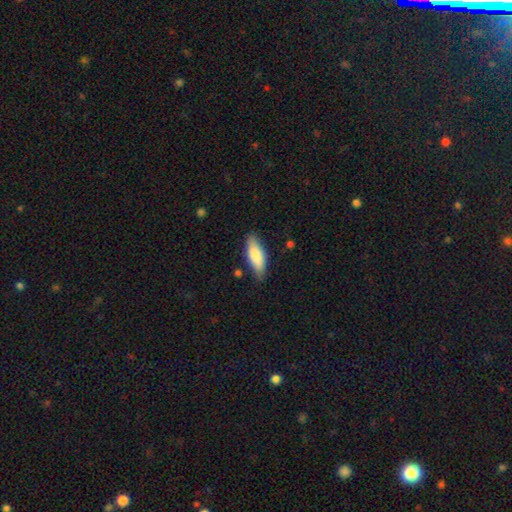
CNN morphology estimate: smooth-or-featured: smooth: 83% | featured or disk: 12% | star or artifact: 6%
  how-rounded: in between: 67% | cigar-shaped: 31% | round: 2%
  merging: none: 78% | minor disturbance: 17% | major disturbance: 3% | merger: 2%